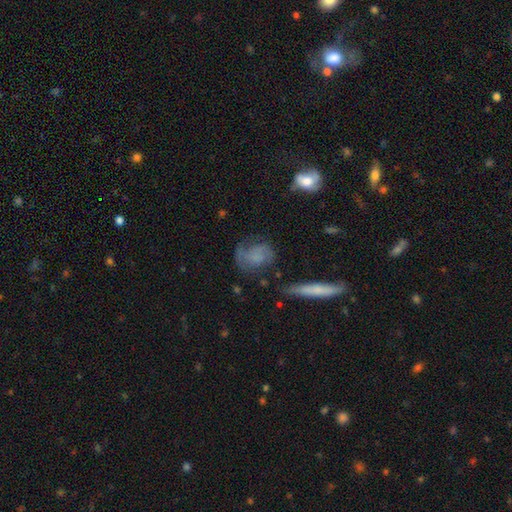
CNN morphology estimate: Smooth or featured?
  - featured or disk: 49% *
  - smooth: 41%
  - star or artifact: 10%
Merging?
  - none: 56% *
  - minor disturbance: 24%
  - major disturbance: 16%
  - merger: 4%